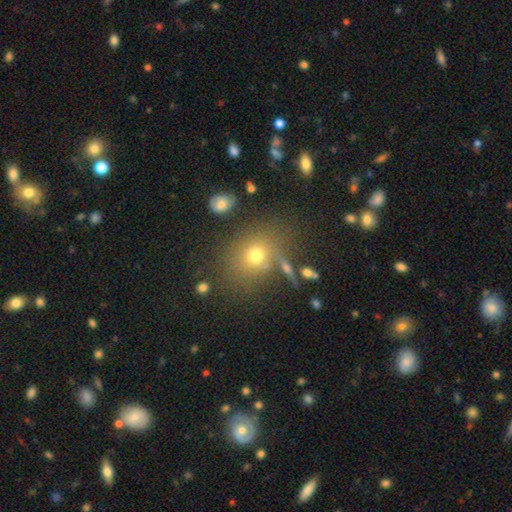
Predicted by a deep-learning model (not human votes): smooth 66%, star or artifact 18%, featured or disk 15%. Down the decision tree: how rounded — round (59%); merging — none (70%).